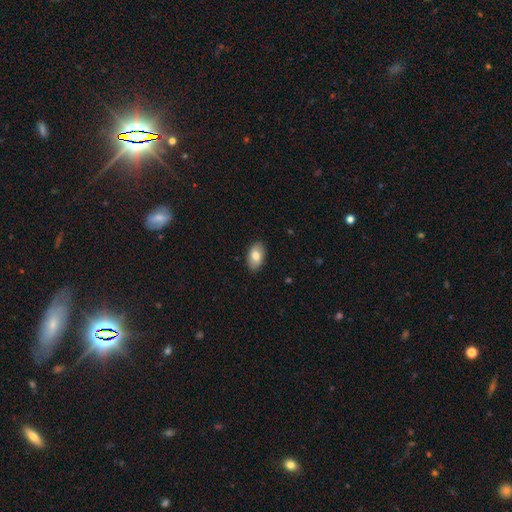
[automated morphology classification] This appears to be a smooth galaxy with no disk features (76%) that is in between round and cigar-shaped (93%). Merging: none (88%).